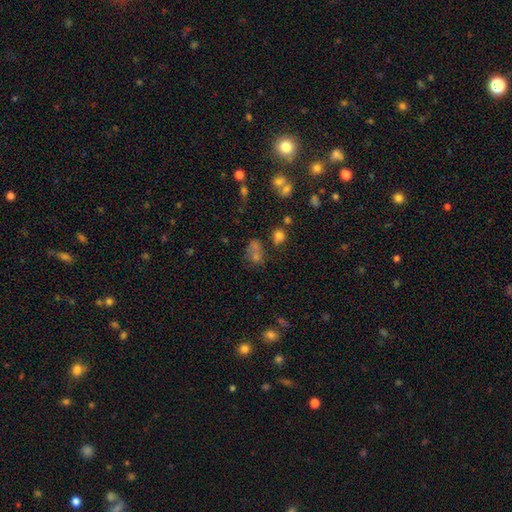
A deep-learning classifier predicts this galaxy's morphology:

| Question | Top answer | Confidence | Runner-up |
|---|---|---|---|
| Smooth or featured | smooth | 50% | star or artifact (37%) |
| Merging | none | 50% | merger (27%) |